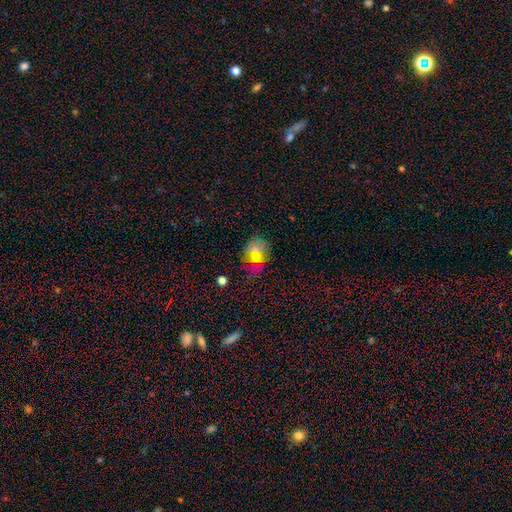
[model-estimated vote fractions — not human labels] The model was most divided on "smooth or featured": smooth: 60%, star or artifact: 20%, featured or disk: 20%. More confident: how rounded — in between (73%); merging — none (60%).